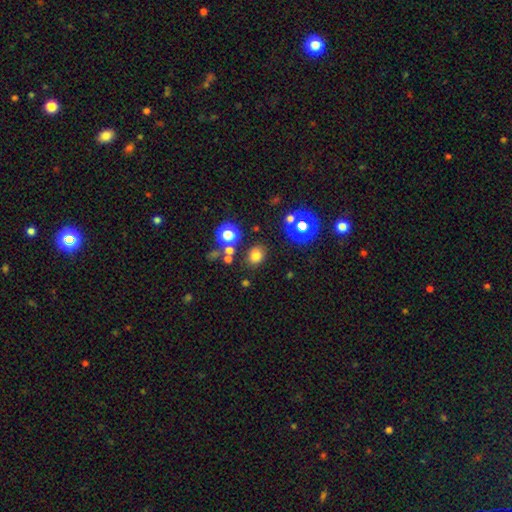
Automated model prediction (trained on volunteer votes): Morphology: type=smooth (73%); roundness=round (63%); merging=none (80%).